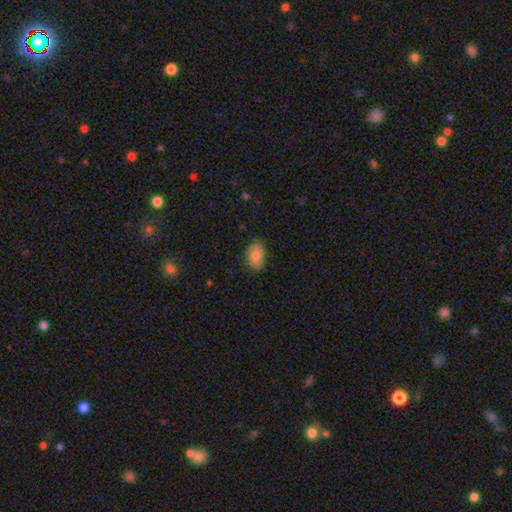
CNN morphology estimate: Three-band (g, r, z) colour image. It shows a smooth galaxy with no disk features (76%) that is in between round and cigar-shaped (86%). Merging: none (75%).